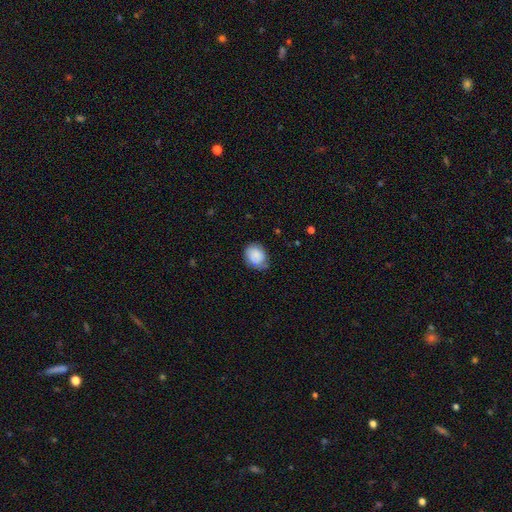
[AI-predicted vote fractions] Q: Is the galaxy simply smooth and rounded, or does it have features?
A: smooth — 80%.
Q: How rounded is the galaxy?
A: in between — 52%.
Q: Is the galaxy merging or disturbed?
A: none — 64%.